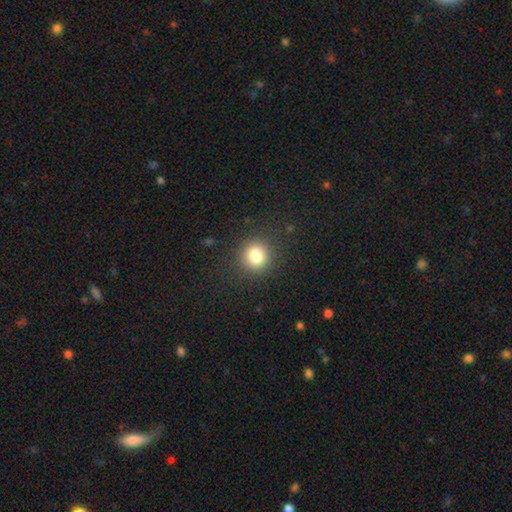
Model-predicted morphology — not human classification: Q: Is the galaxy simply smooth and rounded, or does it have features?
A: smooth — 81%.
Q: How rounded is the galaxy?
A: round — 90%.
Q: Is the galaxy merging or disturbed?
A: none — 89%.